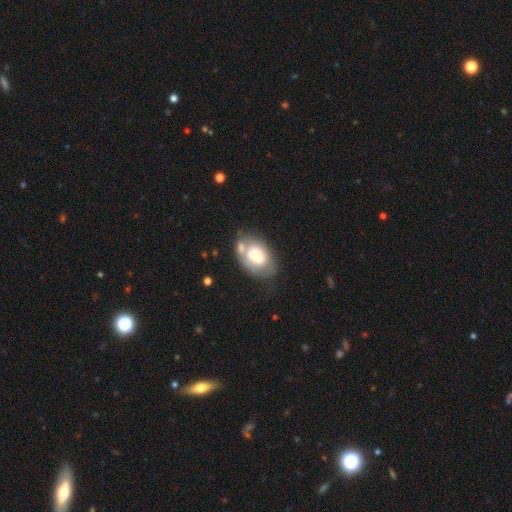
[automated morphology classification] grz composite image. It shows a smooth galaxy with no disk features (58%) that is in between round and cigar-shaped (82%). Merging: none (42%).